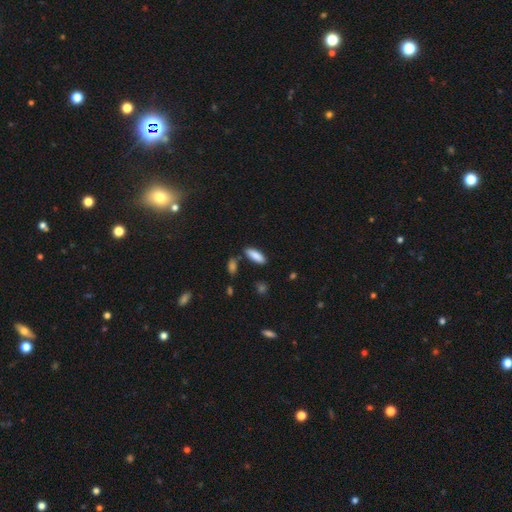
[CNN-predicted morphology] Smooth or featured? Predicted: smooth (p=0.87). How rounded? Predicted: in between (p=0.55). Merging? Predicted: none (p=0.80).